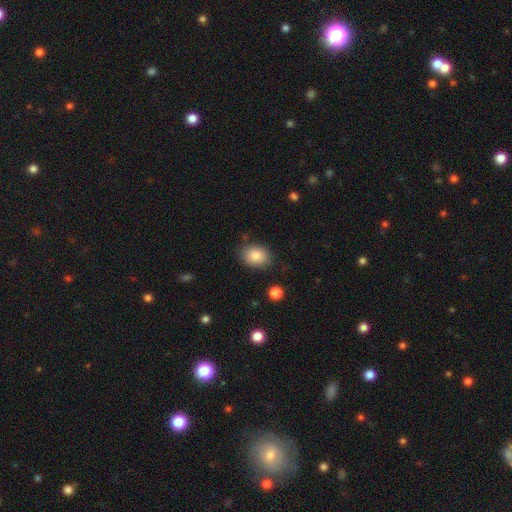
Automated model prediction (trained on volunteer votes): A smooth galaxy with no disk features (85%) that is in between round and cigar-shaped (65%). Merging: none (81%).